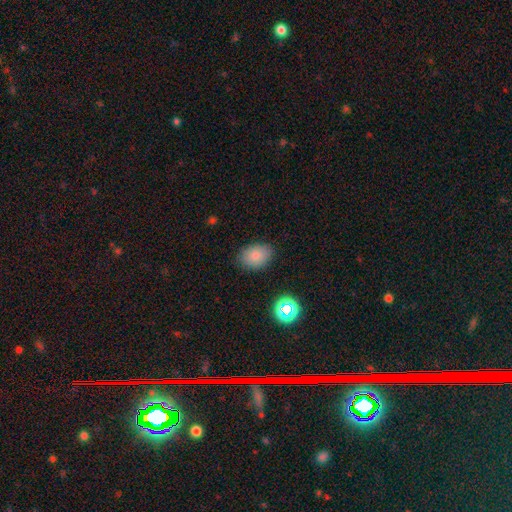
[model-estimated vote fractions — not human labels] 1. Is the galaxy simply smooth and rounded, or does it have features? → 83% smooth, 11% star or artifact, 7% featured or disk.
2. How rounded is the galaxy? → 75% in between, 24% round, 1% cigar-shaped.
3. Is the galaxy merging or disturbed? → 84% none, 11% minor disturbance, 3% major disturbance, 1% merger.